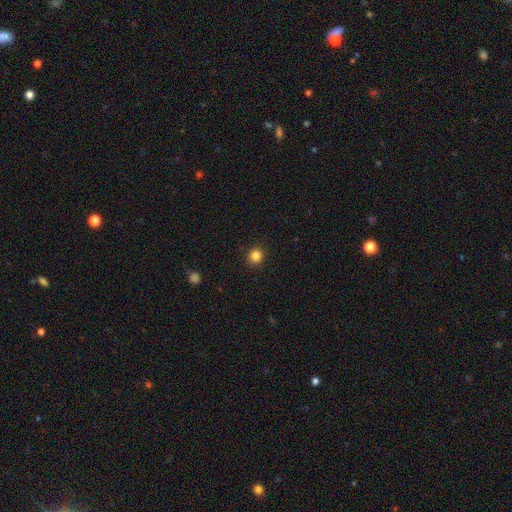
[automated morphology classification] A smooth galaxy with no disk features (85%) that is round (91%). Merging: none (92%).